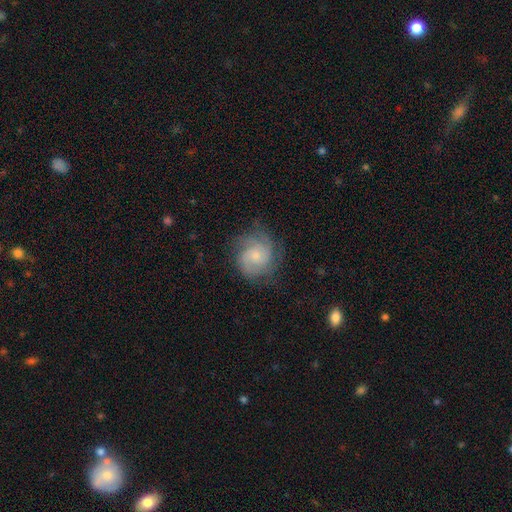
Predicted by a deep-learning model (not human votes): Q: Smooth or featured?
A: featured or disk (72%); runner-up: smooth (21%)
Q: Edge-on disk?
A: no (98%); runner-up: yes (2%)
Q: Bar?
A: no (68%); runner-up: weak (29%)
Q: Spiral arms?
A: yes (95%); runner-up: no (5%)
Q: Spiral winding?
A: tight (54%); runner-up: medium (36%)
Q: Spiral arm count?
A: 2 (38%); runner-up: can't tell (23%)
Q: Bulge size?
A: small (56%); runner-up: moderate (33%)
Q: Merging?
A: none (72%); runner-up: minor disturbance (18%)